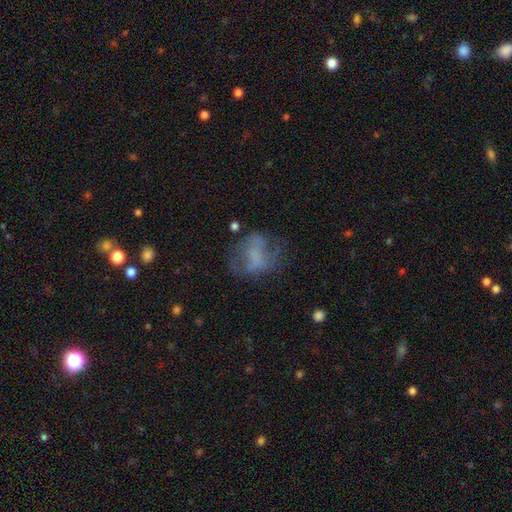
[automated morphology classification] The model was most divided on "smooth or featured": featured or disk: 45%, smooth: 41%, star or artifact: 14%. Remaining: merging — none (46%).